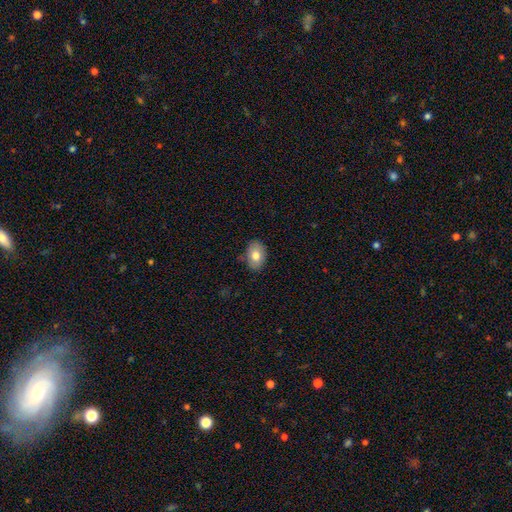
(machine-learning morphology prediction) smooth 78%, featured or disk 15%, star or artifact 7%. Down the decision tree: how rounded — in between (85%); merging — none (84%).